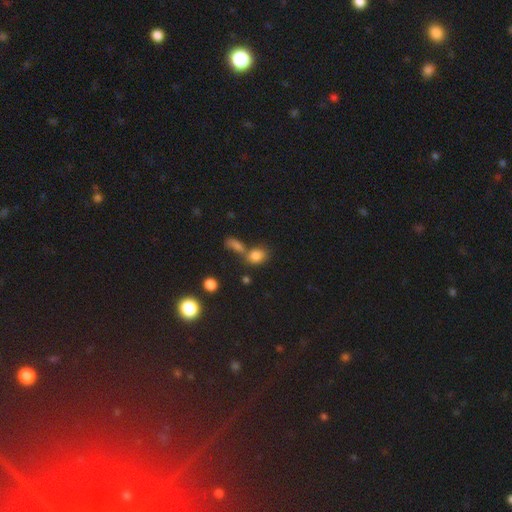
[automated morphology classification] Smooth or featured?
  - smooth: 80% *
  - star or artifact: 12%
  - featured or disk: 7%
How rounded?
  - in between: 62% *
  - round: 35%
  - cigar-shaped: 2%
Merging?
  - none: 45% *
  - merger: 38%
  - minor disturbance: 12%
  - major disturbance: 6%